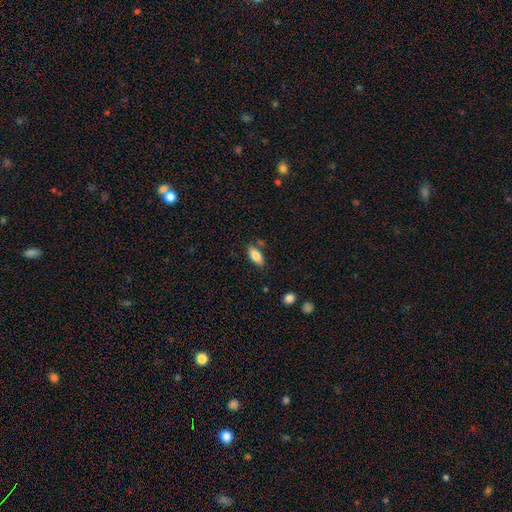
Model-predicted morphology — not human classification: A smooth galaxy with no disk features (82%) that is in between round and cigar-shaped (82%).

Vote fractions:
- Smooth or featured? smooth: 82% / featured or disk: 12% / star or artifact: 7%
- How rounded? in between: 82% / cigar-shaped: 16% / round: 2%
- Merging? none: 78% / minor disturbance: 14% / merger: 5% / major disturbance: 3%